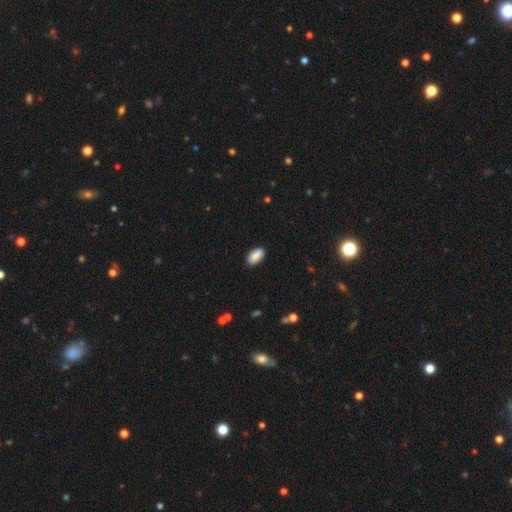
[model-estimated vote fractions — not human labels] smooth_or_featured: smooth (p=0.87) [alt: star or artifact p=0.07]
how_rounded: in between (p=0.92) [alt: cigar-shaped p=0.05]
merging: none (p=0.86) [alt: minor disturbance p=0.11]